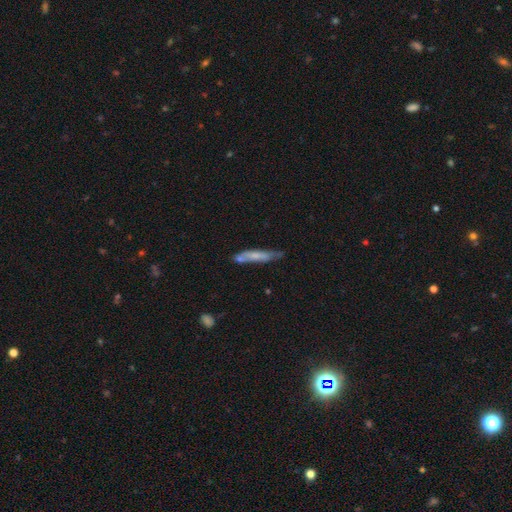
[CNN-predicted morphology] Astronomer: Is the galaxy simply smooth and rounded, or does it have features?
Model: smooth — 61%.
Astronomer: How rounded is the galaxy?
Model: cigar-shaped — 88%.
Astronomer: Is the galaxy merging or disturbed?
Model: none — 55%.